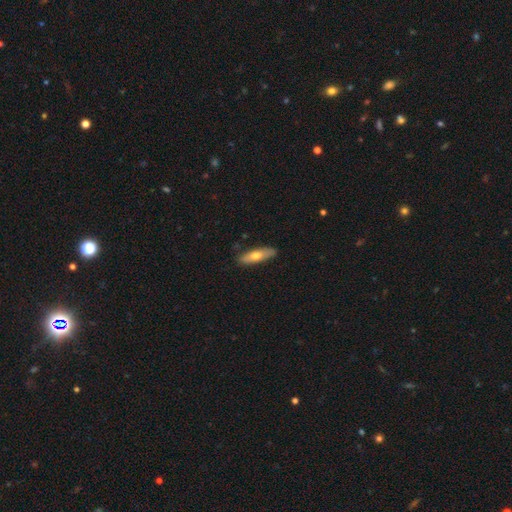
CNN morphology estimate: This is likely a smooth galaxy (62%). How rounded: likely cigar-shaped (65%). Merging: clearly none (86%).